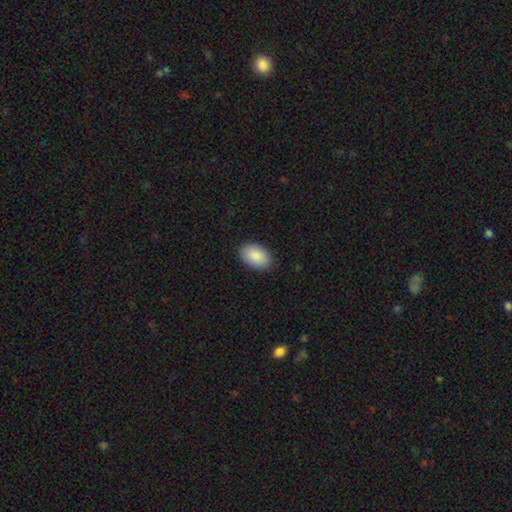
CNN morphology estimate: Smooth or featured?
  - smooth: 90% *
  - star or artifact: 6%
  - featured or disk: 4%
How rounded?
  - in between: 91% *
  - round: 7%
  - cigar-shaped: 1%
Merging?
  - none: 89% *
  - minor disturbance: 8%
  - major disturbance: 2%
  - merger: 1%